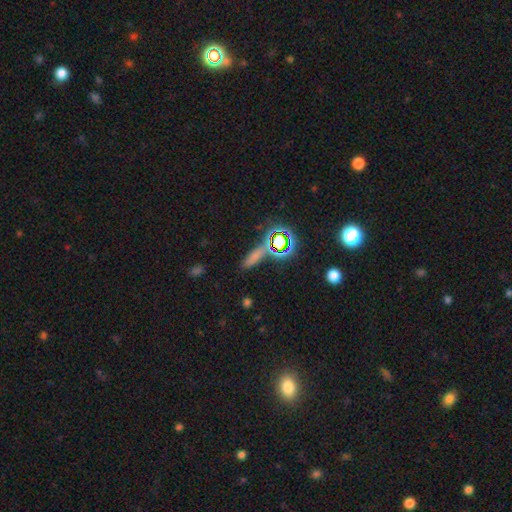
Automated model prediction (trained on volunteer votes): Smooth or featured: smooth — 53% (star or artifact — 34%)
How rounded: cigar-shaped — 65% (in between — 25%)
Merging: none — 69% (minor disturbance — 15%)